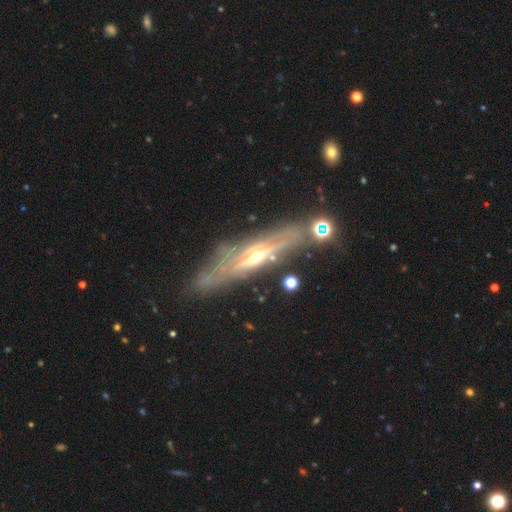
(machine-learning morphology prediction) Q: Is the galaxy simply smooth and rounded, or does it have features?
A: featured or disk — 81%.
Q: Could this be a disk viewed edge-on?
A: yes — 81%.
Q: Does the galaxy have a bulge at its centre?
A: rounded — 86%.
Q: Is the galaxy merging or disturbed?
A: none — 72%.